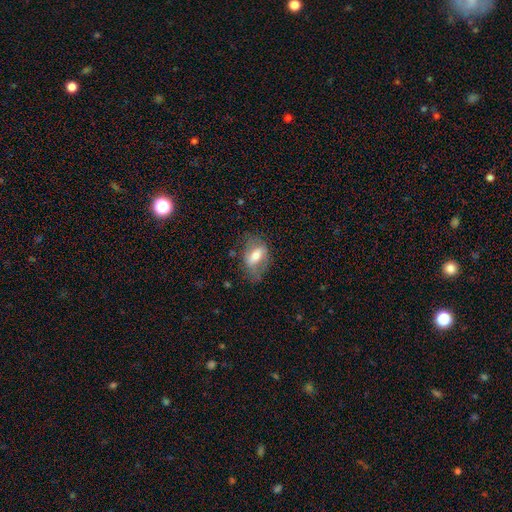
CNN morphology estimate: A smooth galaxy with no disk features (50%). Merging: none (59%).